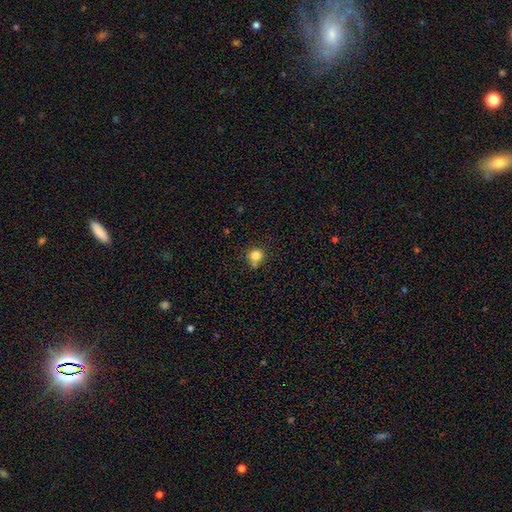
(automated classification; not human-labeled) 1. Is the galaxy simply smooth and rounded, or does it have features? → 82% smooth, 12% star or artifact, 6% featured or disk.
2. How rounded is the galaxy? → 88% round, 11% in between, 1% cigar-shaped.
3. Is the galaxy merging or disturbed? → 69% none, 15% merger, 12% minor disturbance, 4% major disturbance.